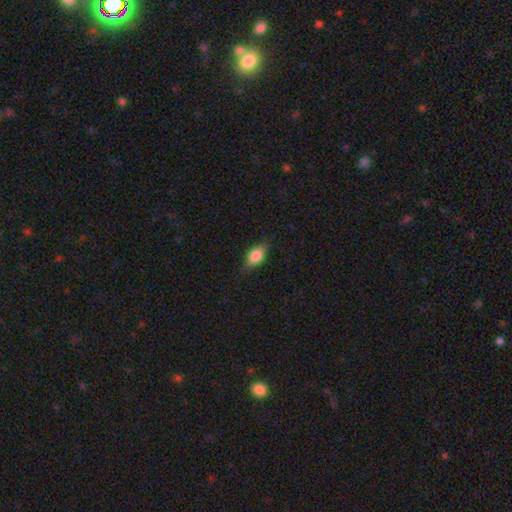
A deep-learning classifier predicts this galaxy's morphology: Q: Smooth or featured?
A: smooth (79%); runner-up: featured or disk (14%)
Q: How rounded?
A: in between (86%); runner-up: cigar-shaped (8%)
Q: Merging?
A: none (77%); runner-up: minor disturbance (19%)